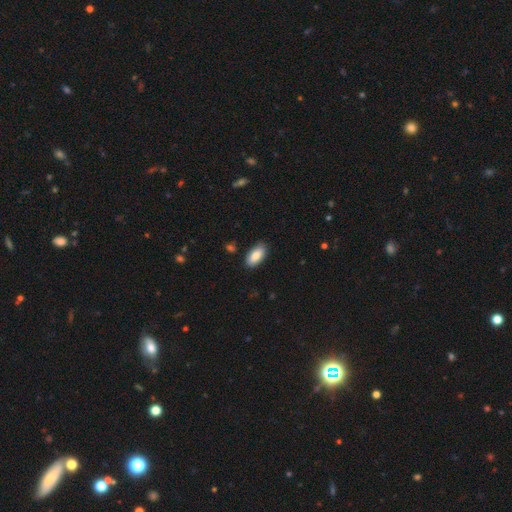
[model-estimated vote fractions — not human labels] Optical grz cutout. It shows a smooth galaxy with no disk features (86%) that is in between round and cigar-shaped (92%). Merging: none (86%).